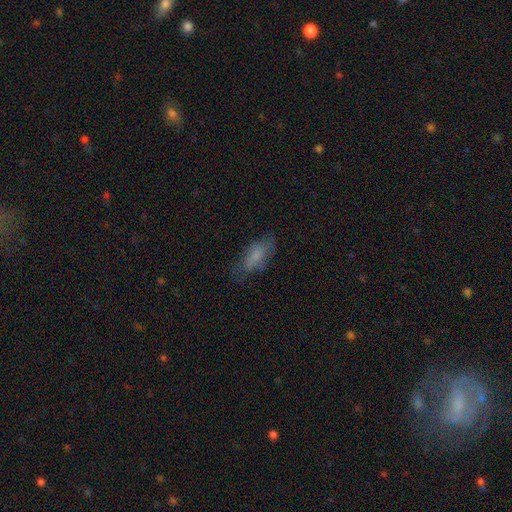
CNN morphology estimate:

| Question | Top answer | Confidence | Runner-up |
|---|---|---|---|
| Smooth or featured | smooth | 68% | featured or disk (22%) |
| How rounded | in between | 77% | cigar-shaped (20%) |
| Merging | none | 61% | minor disturbance (25%) |